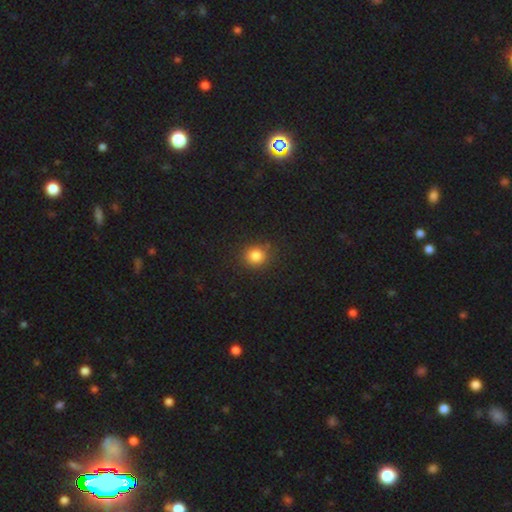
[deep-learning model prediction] This is clearly a smooth galaxy (83%). How rounded: clearly round (87%). Merging: clearly none (86%).